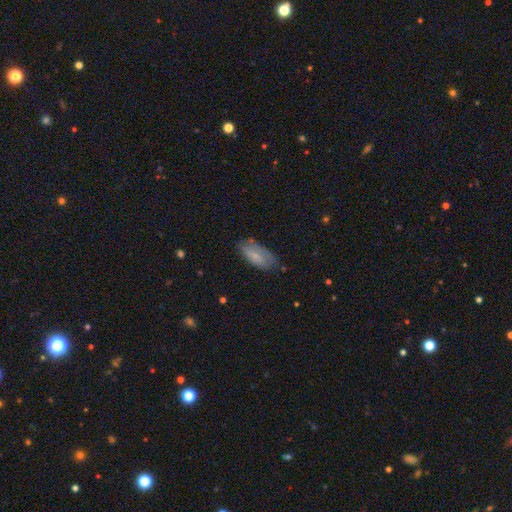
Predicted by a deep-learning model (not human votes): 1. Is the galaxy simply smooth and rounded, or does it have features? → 70% smooth, 24% featured or disk, 6% star or artifact.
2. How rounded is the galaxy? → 88% in between, 10% cigar-shaped, 2% round.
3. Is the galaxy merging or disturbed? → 68% none, 25% minor disturbance, 5% major disturbance, 2% merger.